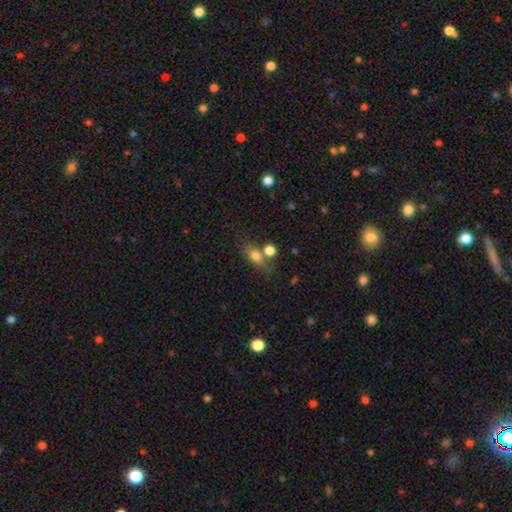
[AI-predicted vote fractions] Smooth or featured? Predicted: smooth (p=0.76). How rounded? Predicted: in between (p=0.69). Merging? Predicted: none (p=0.54).